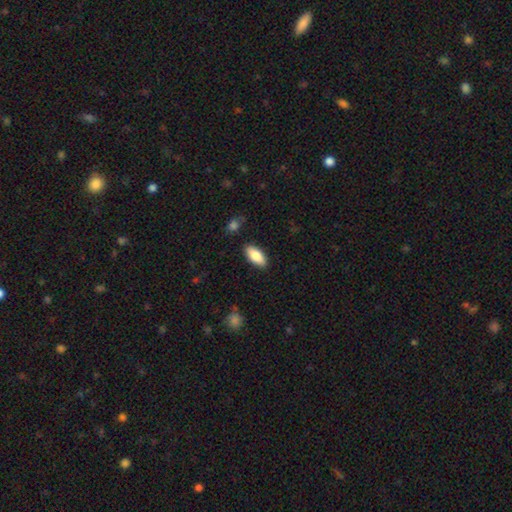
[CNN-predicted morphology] type=smooth (83%); roundness=in between (86%); merging=none (88%).